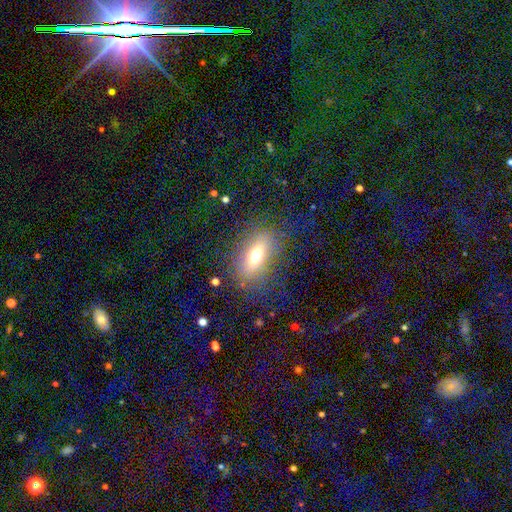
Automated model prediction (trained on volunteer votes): This appears to be a smooth galaxy with no disk features (61%) that is in between round and cigar-shaped (74%). Merging: none (76%).